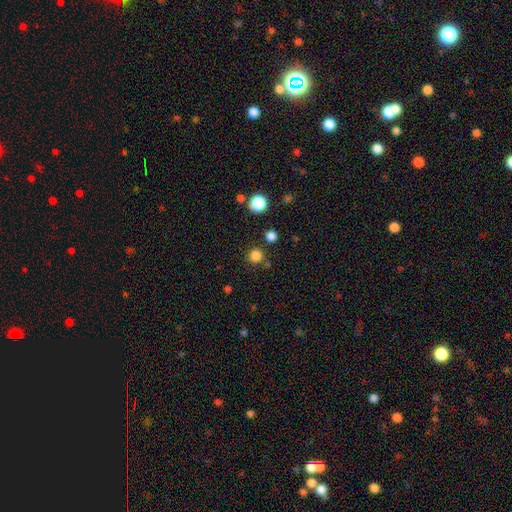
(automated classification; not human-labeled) The model was most divided on "smooth or featured": smooth: 81%, star or artifact: 15%, featured or disk: 4%. More confident: how rounded — round (94%); merging — none (86%).